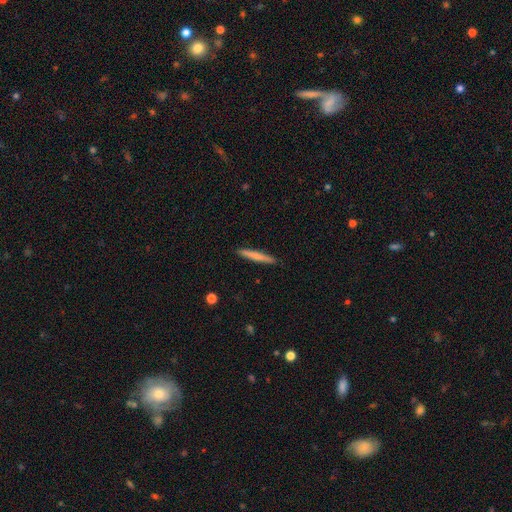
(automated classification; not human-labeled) Q: Smooth or featured?
A: smooth (68%); runner-up: featured or disk (26%)
Q: How rounded?
A: cigar-shaped (96%); runner-up: in between (3%)
Q: Merging?
A: none (92%); runner-up: minor disturbance (6%)